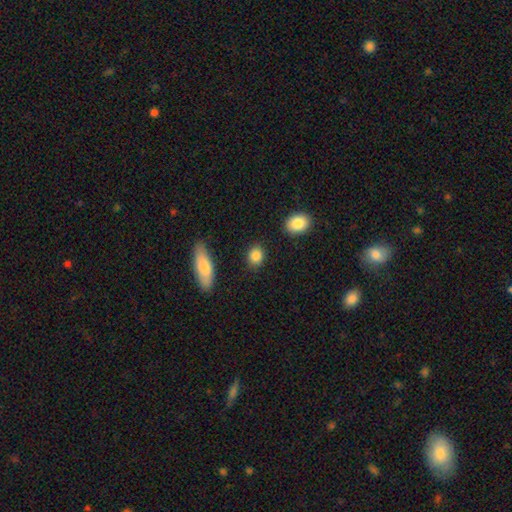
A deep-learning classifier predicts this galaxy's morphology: This appears to be a smooth galaxy with no disk features (87%) that is round (62%). Merging: none (86%).